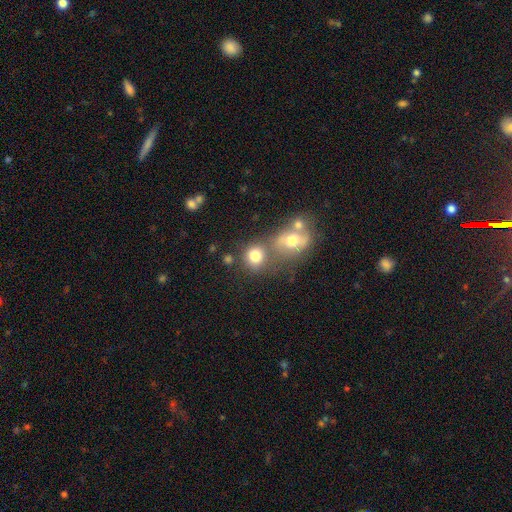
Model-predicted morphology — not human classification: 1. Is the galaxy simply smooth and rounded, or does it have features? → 77% smooth, 12% star or artifact, 11% featured or disk.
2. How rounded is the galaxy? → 77% round, 22% in between, 1% cigar-shaped.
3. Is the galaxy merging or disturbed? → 49% none, 35% merger, 11% minor disturbance, 6% major disturbance.